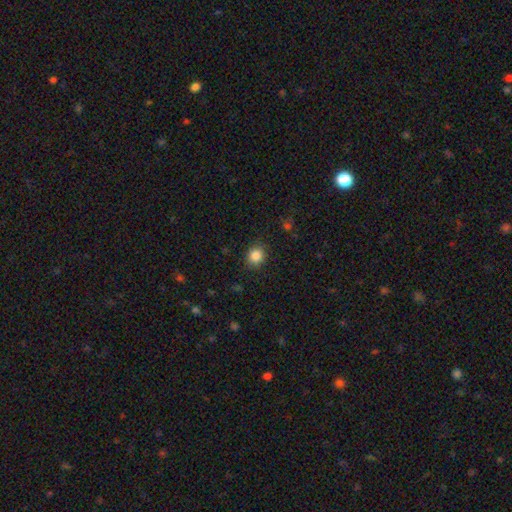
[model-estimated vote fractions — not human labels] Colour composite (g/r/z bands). It shows a smooth galaxy with no disk features (86%) that is round (76%). Merging: none (87%).